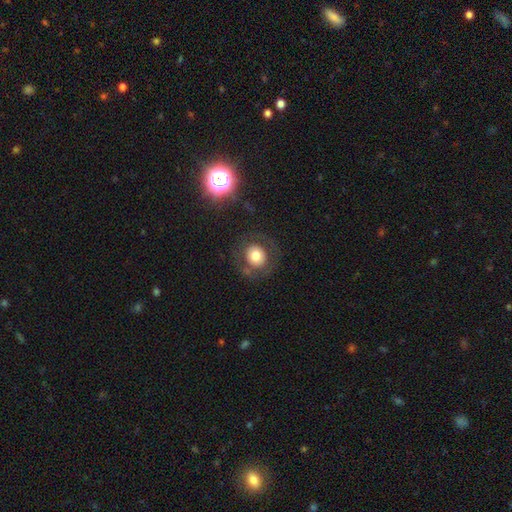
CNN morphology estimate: Smooth or featured: smooth — 65% (featured or disk — 23%)
How rounded: round — 85% (in between — 14%)
Merging: none — 76% (minor disturbance — 12%)